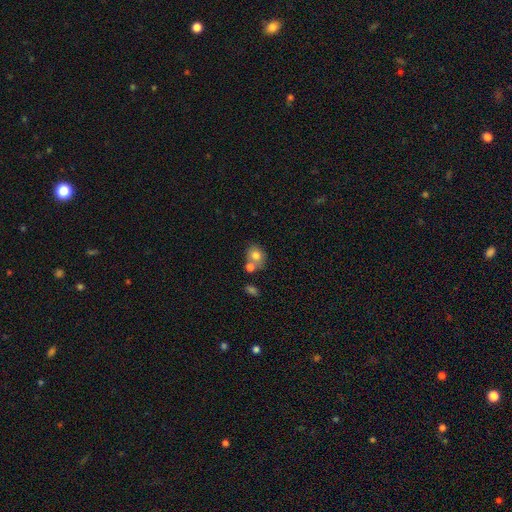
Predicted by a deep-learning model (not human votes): Smooth or featured? smooth (76%)
How rounded? round (61%)
Merging? none (50%)